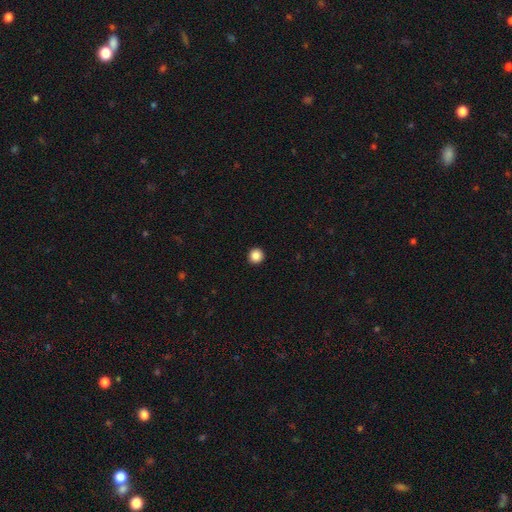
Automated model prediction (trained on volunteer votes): Q: Smooth or featured?
A: smooth (87%); runner-up: star or artifact (10%)
Q: How rounded?
A: round (95%); runner-up: in between (4%)
Q: Merging?
A: none (94%); runner-up: minor disturbance (4%)